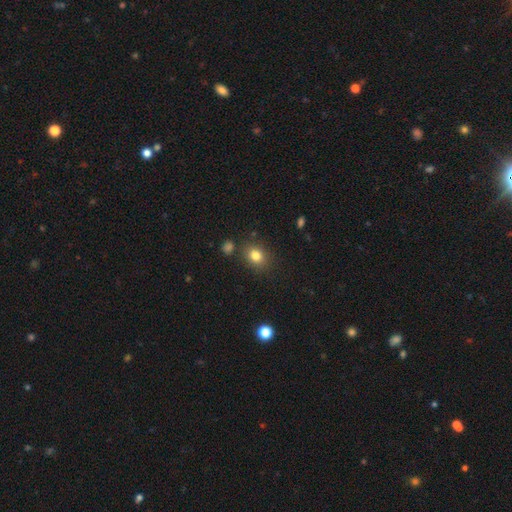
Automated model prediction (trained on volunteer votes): Overall: smooth (81%). How rounded: round (54%; in between 45%). Merging: none (82%).